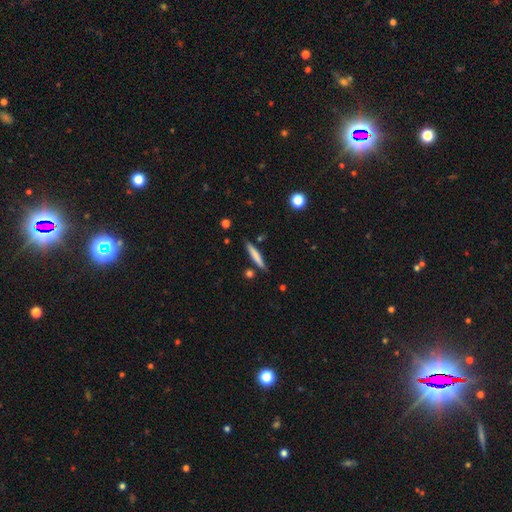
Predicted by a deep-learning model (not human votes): Overall: smooth (74%). How rounded: cigar-shaped (93%). Merging: none (84%).